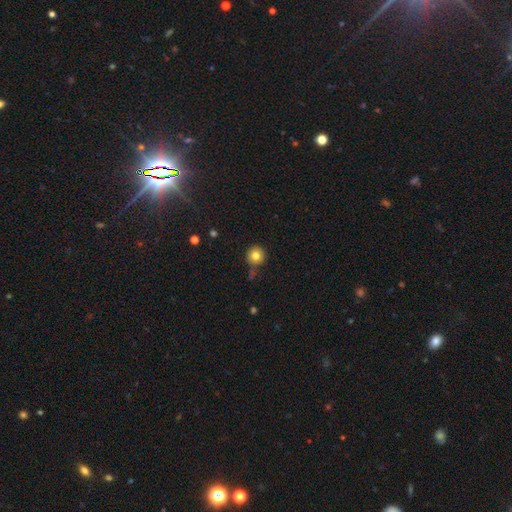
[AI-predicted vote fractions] Smooth or featured? smooth (79%)
How rounded? round (94%)
Merging? none (79%)